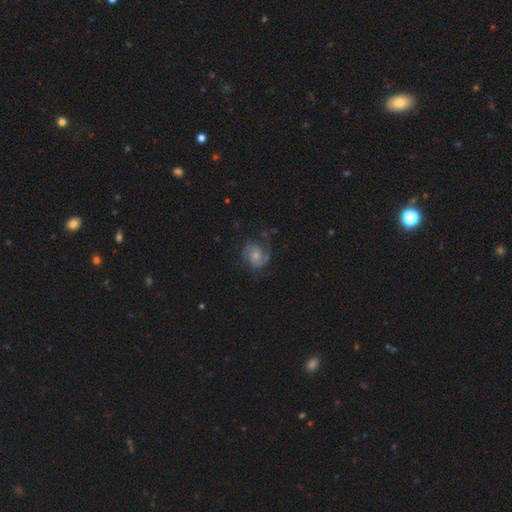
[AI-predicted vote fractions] A featured or disk galaxy (70%) with no bar (66%), 2 (65%) medium (46%) spiral arms (92%) and a small central bulge (47%).

Vote fractions:
- Smooth or featured? featured or disk: 70% / smooth: 23% / star or artifact: 7%
- Edge-on disk? no: 98% / yes: 2%
- Bar? no: 66% / weak: 29% / strong: 4%
- Spiral arms? yes: 92% / no: 8%
- Spiral winding? medium: 46% / tight: 30% / loose: 24%
- Spiral arm count? 2: 65% / 1: 17% / can't tell: 11% / 3: 4% / 4: 2% / more than 4: 2%
- Bulge size? small: 47% / moderate: 42% / none: 6% / large: 4% / dominant: 1%
- Merging? none: 58% / minor disturbance: 23% / major disturbance: 17% / merger: 2%